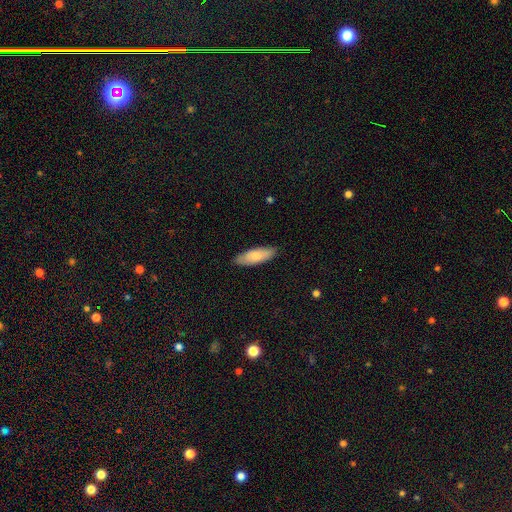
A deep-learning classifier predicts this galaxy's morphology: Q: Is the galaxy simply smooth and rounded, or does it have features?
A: smooth — 81%.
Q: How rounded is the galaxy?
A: in between — 62%.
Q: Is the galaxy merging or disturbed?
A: none — 86%.